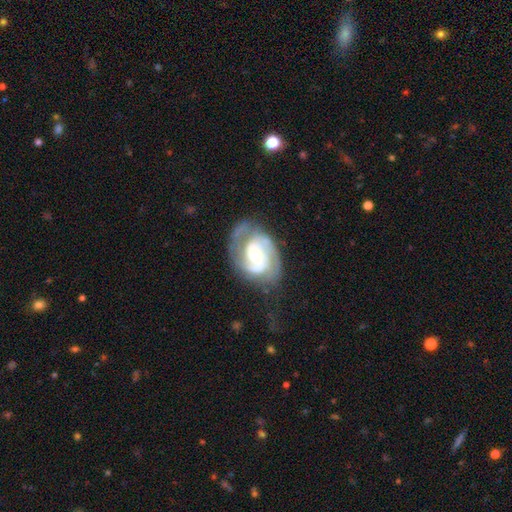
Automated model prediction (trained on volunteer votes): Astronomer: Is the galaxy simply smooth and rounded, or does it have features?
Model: featured or disk — 87%.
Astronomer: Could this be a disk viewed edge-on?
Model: no — 97%.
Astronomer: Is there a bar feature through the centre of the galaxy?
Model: no — 54% (runner-up: weak, 36%).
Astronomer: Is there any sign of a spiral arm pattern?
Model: yes — 96%.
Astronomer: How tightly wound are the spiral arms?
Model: tight — 48% (runner-up: medium, 41%).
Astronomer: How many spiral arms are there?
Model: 2 — 72%.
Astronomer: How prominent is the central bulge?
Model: moderate — 54% (runner-up: small, 40%).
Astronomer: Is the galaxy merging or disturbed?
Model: none — 60%.